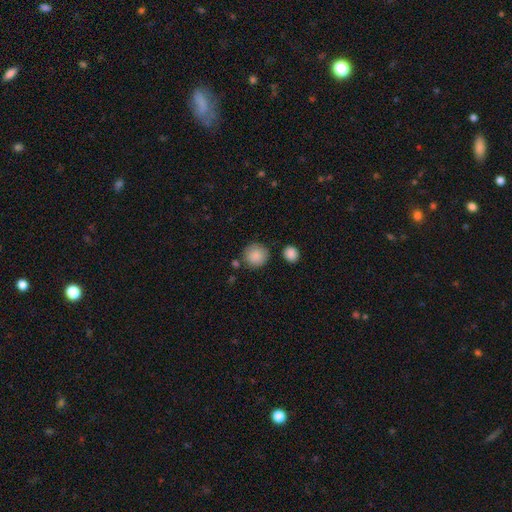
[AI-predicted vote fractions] smooth_or_featured: smooth (p=0.87) [alt: star or artifact p=0.08]
how_rounded: round (p=0.92) [alt: in between p=0.07]
merging: none (p=0.79) [alt: minor disturbance p=0.12]